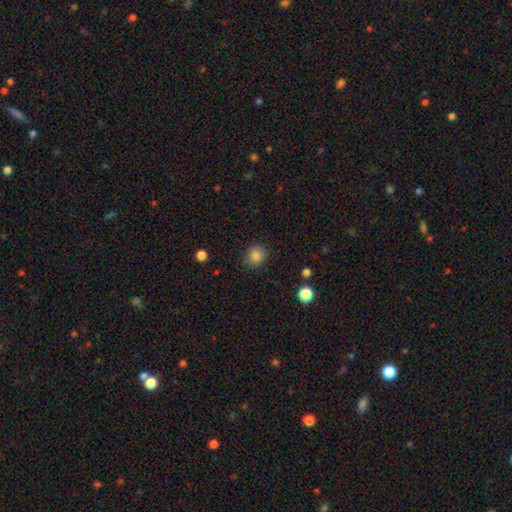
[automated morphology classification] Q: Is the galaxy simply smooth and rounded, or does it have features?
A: smooth — 85%.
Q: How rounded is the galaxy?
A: round — 80%.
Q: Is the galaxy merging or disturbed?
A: none — 85%.